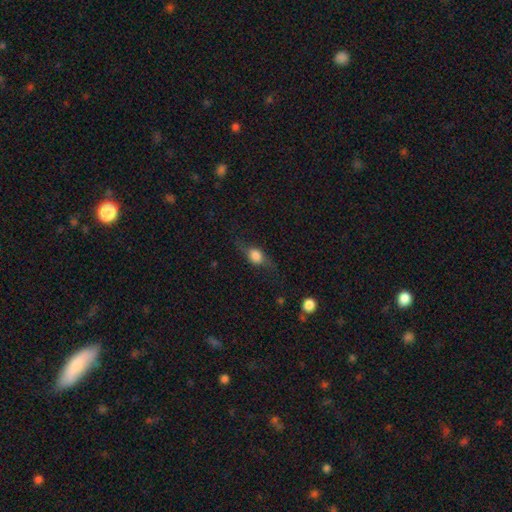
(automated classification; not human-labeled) smooth_or_featured: smooth (p=0.50) [alt: featured or disk p=0.40]
merging: none (p=0.65) [alt: minor disturbance p=0.21]